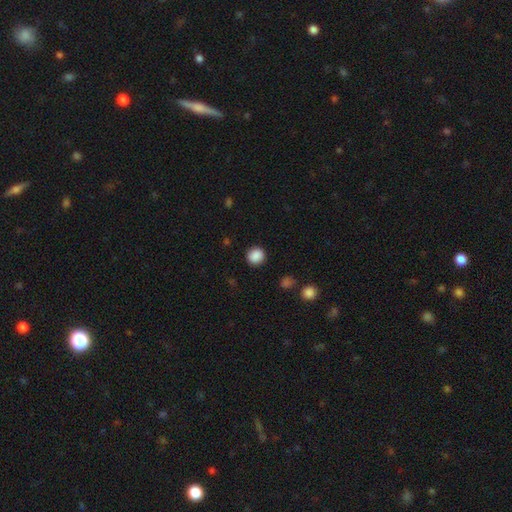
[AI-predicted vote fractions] Smooth or featured: smooth — 88% (star or artifact — 9%)
How rounded: round — 89% (in between — 10%)
Merging: none — 90% (minor disturbance — 6%)